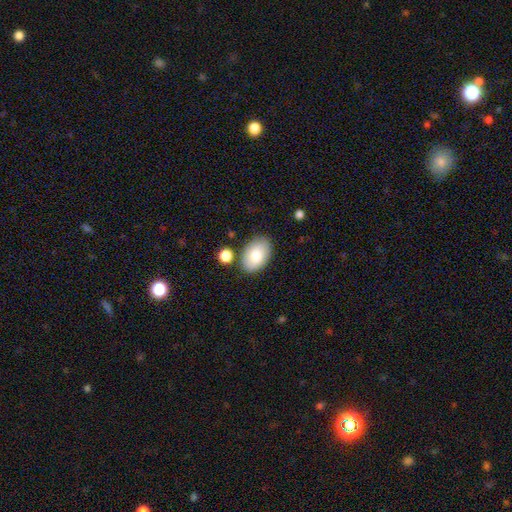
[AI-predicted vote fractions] Overall: smooth (80%). How rounded: in between (91%). Merging: none (79%).